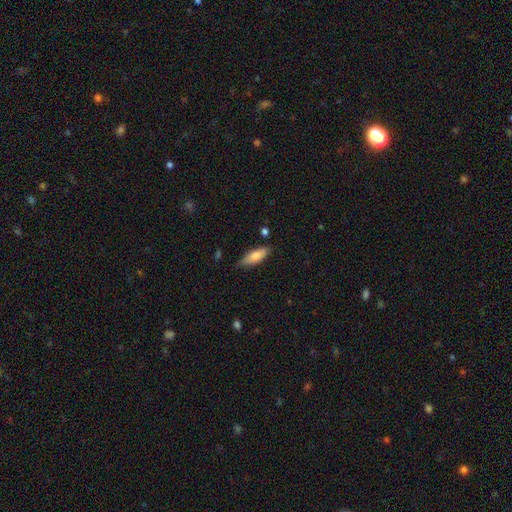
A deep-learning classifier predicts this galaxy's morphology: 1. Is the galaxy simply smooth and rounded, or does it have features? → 78% smooth, 16% featured or disk, 6% star or artifact.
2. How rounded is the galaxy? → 65% in between, 33% cigar-shaped, 2% round.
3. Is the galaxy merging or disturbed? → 76% none, 18% minor disturbance, 3% major disturbance, 2% merger.